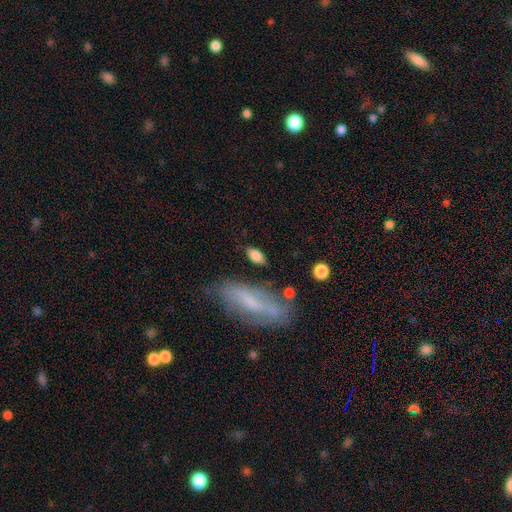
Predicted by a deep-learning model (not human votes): This is likely a smooth galaxy (77%). How rounded: clearly in between (84%). Merging: likely none (74%).